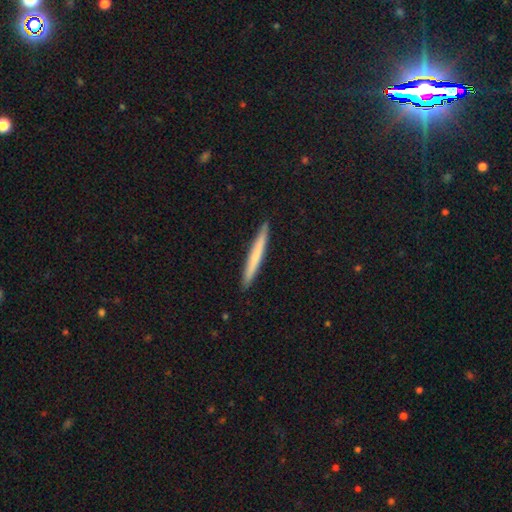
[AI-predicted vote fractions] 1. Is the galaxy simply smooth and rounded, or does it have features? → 66% smooth, 28% featured or disk, 5% star or artifact.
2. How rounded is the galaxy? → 97% cigar-shaped, 2% in between, 1% round.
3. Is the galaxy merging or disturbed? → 92% none, 6% minor disturbance, 1% major disturbance, 1% merger.